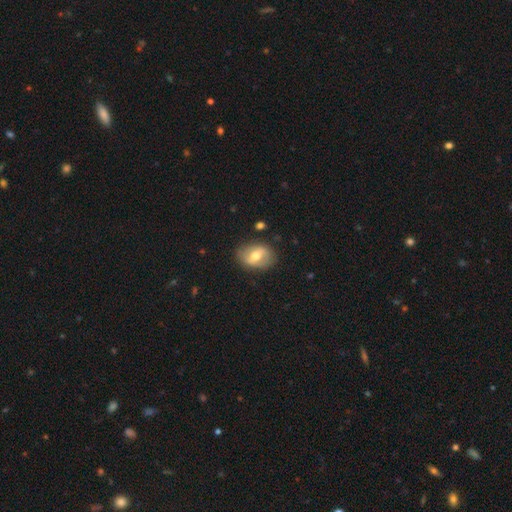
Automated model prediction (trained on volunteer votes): The model was most divided on "smooth or featured": smooth: 48%, featured or disk: 45%, star or artifact: 7%. More confident: merging — none (80%).